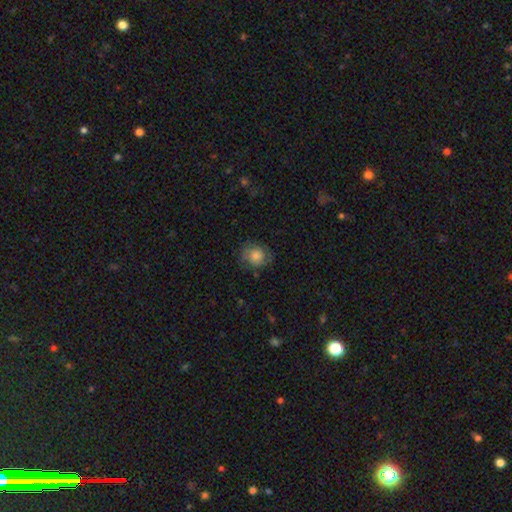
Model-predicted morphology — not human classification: smooth-or-featured: smooth: 65% | featured or disk: 25% | star or artifact: 9%
  how-rounded: round: 75% | in between: 24% | cigar-shaped: 1%
  merging: none: 70% | minor disturbance: 20% | major disturbance: 8% | merger: 1%